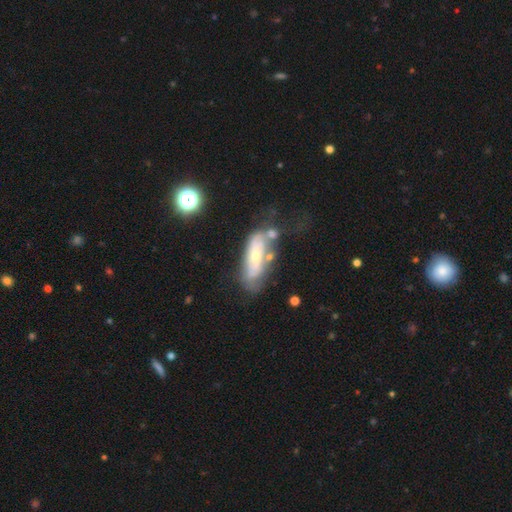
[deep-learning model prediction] Q: Smooth or featured?
A: featured or disk (57%); runner-up: smooth (35%)
Q: Edge-on disk?
A: no (77%); runner-up: yes (23%)
Q: Merging?
A: none (37%); runner-up: minor disturbance (24%)